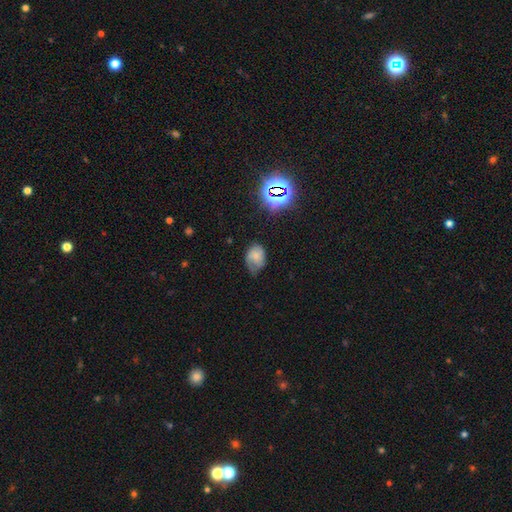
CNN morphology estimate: smooth_or_featured: smooth (p=0.59) [alt: featured or disk p=0.25]
how_rounded: in between (p=0.70) [alt: round p=0.29]
merging: minor disturbance (p=0.41) [alt: none p=0.39]